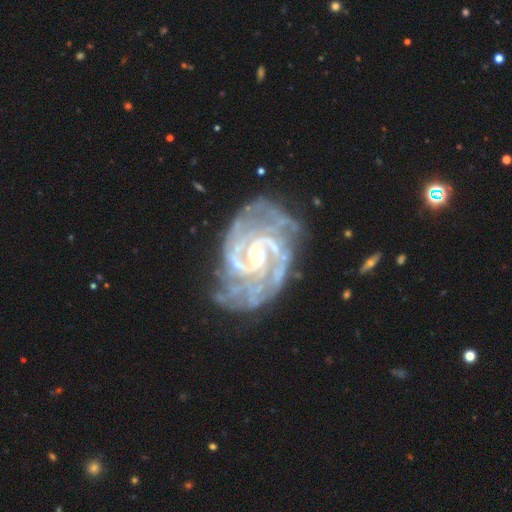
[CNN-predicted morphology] This is clearly a featured or disk galaxy (92%). It is clearly not viewed edge-on (98%). Bar: possibly no (52%). Spiral arm pattern: clearly yes (98%). Spiral arm count: possibly 2 (48%). Spiral winding: possibly tight (59%). Central bulge: likely small (69%). Merging: likely none (66%).